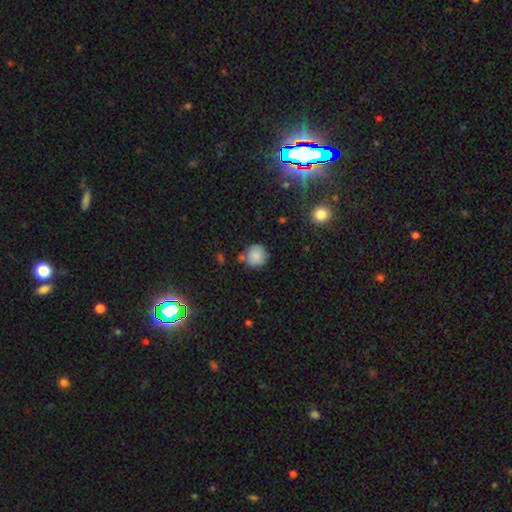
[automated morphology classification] Q: Smooth or featured?
A: smooth (86%); runner-up: star or artifact (9%)
Q: How rounded?
A: round (92%); runner-up: in between (7%)
Q: Merging?
A: none (73%); runner-up: minor disturbance (15%)